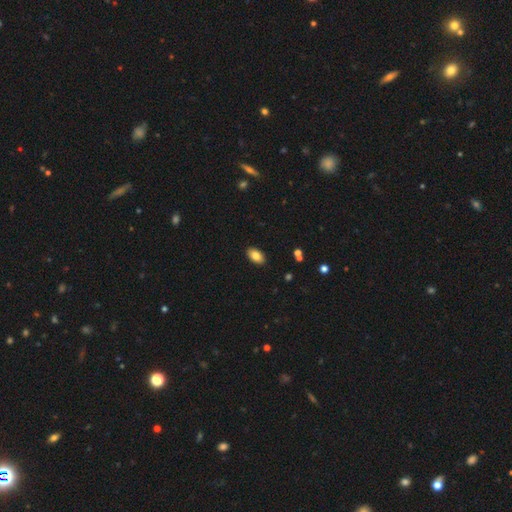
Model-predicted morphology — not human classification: Smooth or featured? Predicted: smooth (p=0.83). How rounded? Predicted: in between (p=0.93). Merging? Predicted: none (p=0.89).